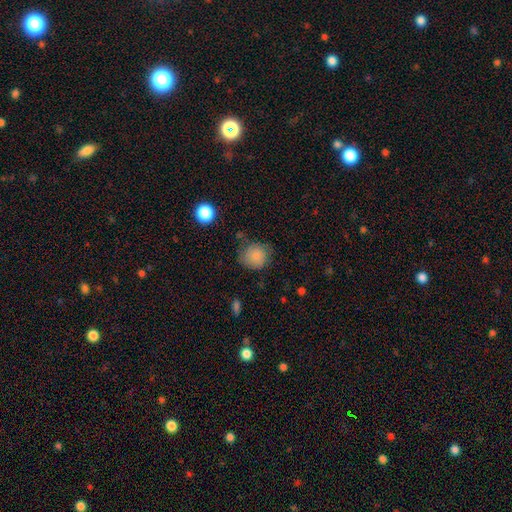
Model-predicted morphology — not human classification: A smooth galaxy with no disk features (83%) that is round (82%).

Vote fractions:
- Smooth or featured? smooth: 83% / star or artifact: 9% / featured or disk: 8%
- How rounded? round: 82% / in between: 17% / cigar-shaped: 1%
- Merging? none: 66% / minor disturbance: 25% / major disturbance: 7% / merger: 2%